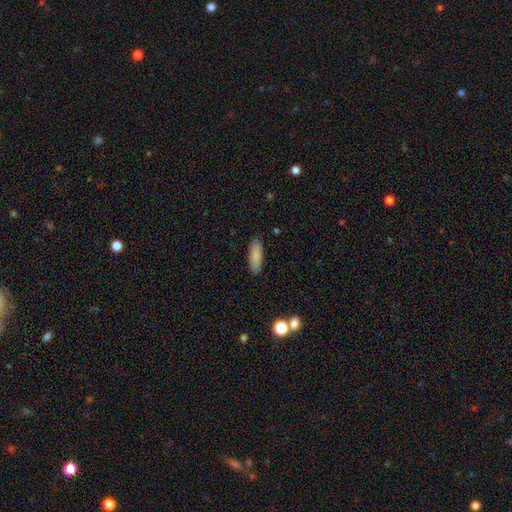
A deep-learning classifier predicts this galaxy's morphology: A smooth galaxy with no disk features (86%) that is in between round and cigar-shaped (54%). Merging: none (86%).